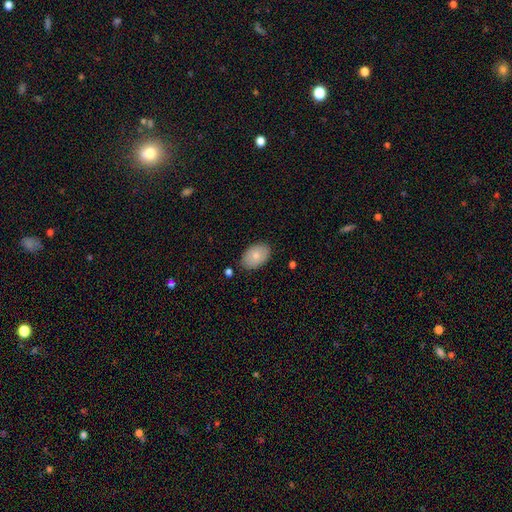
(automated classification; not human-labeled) A smooth galaxy with no disk features (78%) that is in between round and cigar-shaped (91%).

Vote fractions:
- Smooth or featured? smooth: 78% / featured or disk: 16% / star or artifact: 6%
- How rounded? in between: 91% / round: 8% / cigar-shaped: 1%
- Merging? none: 85% / minor disturbance: 11% / major disturbance: 2% / merger: 2%